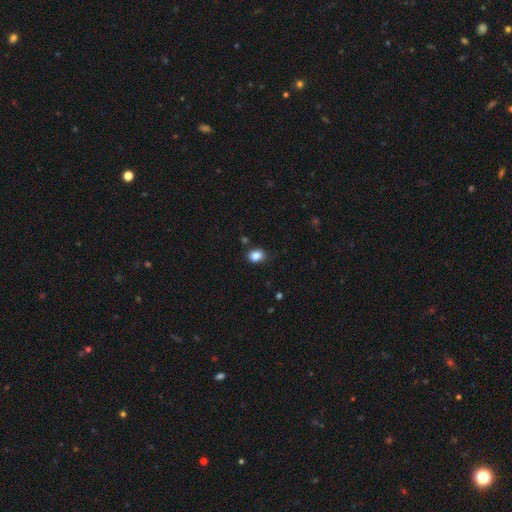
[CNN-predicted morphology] Smooth or featured? smooth (85%)
How rounded? in between (53%)
Merging? none (78%)